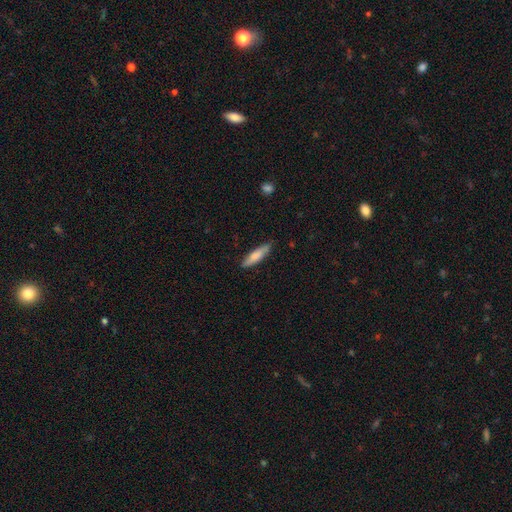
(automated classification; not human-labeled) Smooth or featured? Predicted: smooth (p=0.75). How rounded? Predicted: cigar-shaped (p=0.76). Merging? Predicted: none (p=0.85).